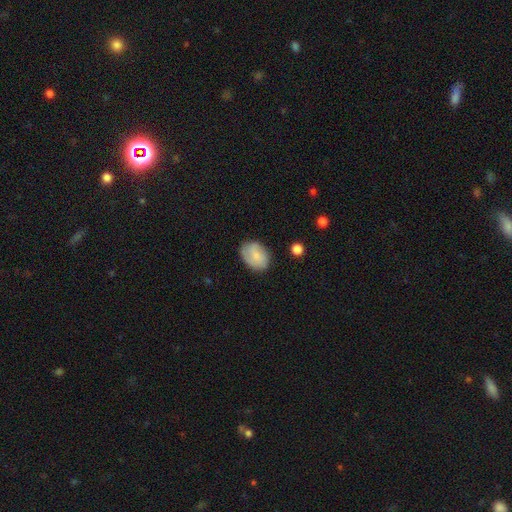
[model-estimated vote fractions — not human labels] Morphology: type=smooth (69%); roundness=in between (73%); merging=none (76%).